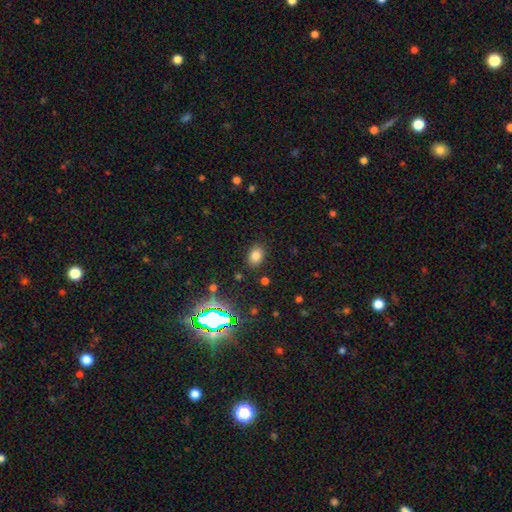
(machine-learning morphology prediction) type=smooth (77%); roundness=in between (75%); merging=none (87%).